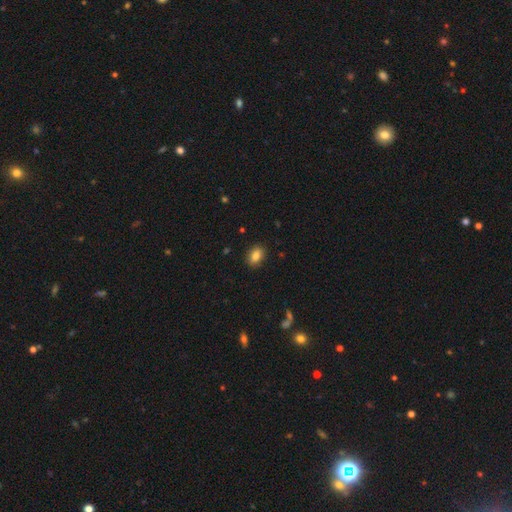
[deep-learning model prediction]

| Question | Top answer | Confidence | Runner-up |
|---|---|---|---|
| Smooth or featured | smooth | 84% | star or artifact (9%) |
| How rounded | in between | 76% | round (22%) |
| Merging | none | 88% | minor disturbance (9%) |